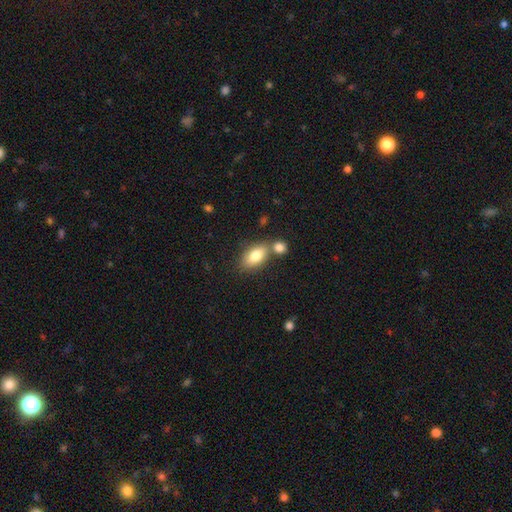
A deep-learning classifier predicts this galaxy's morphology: type=smooth (80%); roundness=in between (88%); merging=none (56%).